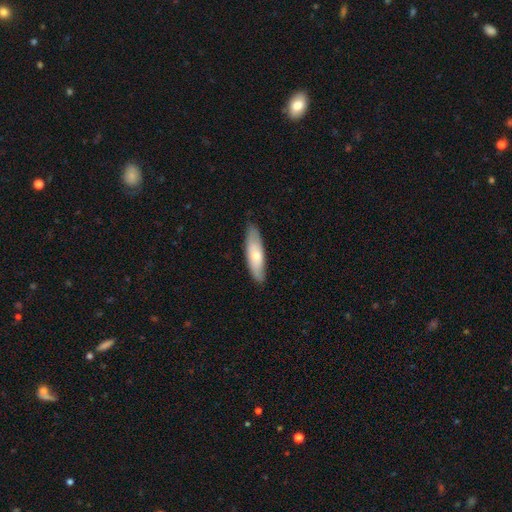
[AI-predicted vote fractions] Smooth or featured? Predicted: smooth (p=0.63). How rounded? Predicted: cigar-shaped (p=0.54). Merging? Predicted: none (p=0.81).